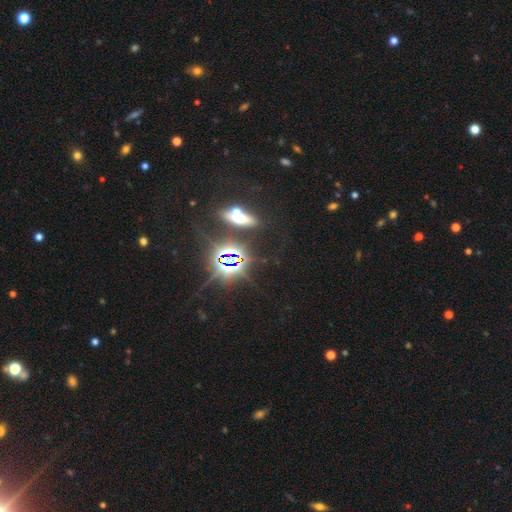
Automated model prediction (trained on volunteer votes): Overall: star or artifact (67%).